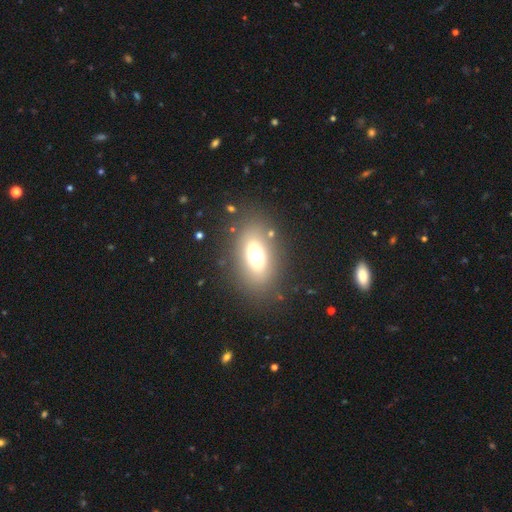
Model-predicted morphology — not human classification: Q: Smooth or featured?
A: smooth (64%); runner-up: featured or disk (25%)
Q: How rounded?
A: in between (83%); runner-up: round (9%)
Q: Merging?
A: none (81%); runner-up: minor disturbance (11%)